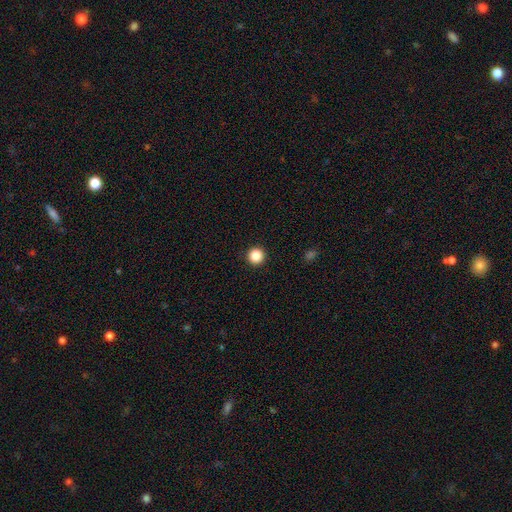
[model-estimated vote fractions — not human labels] Overall: smooth (87%). How rounded: round (96%). Merging: none (94%).